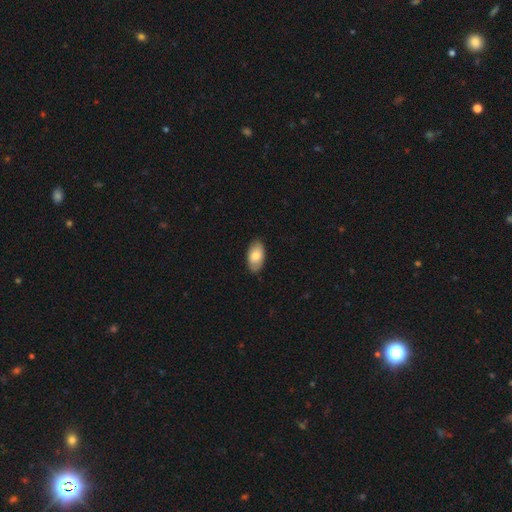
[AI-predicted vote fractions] smooth-or-featured: smooth: 77% | featured or disk: 17% | star or artifact: 6%
  how-rounded: in between: 94% | round: 4% | cigar-shaped: 2%
  merging: none: 83% | minor disturbance: 14% | major disturbance: 2% | merger: 1%